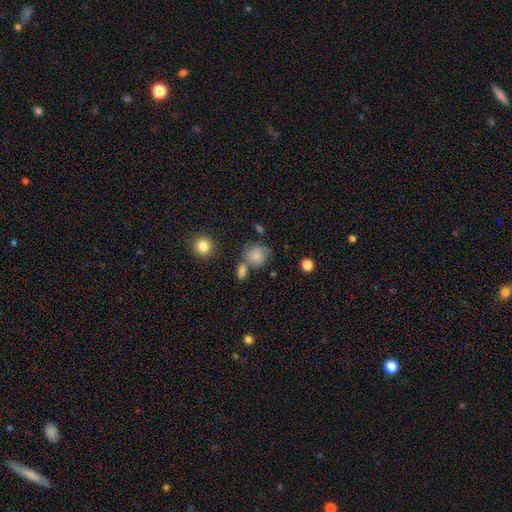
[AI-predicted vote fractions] Overall: smooth (76%). How rounded: round (76%). Merging: none (49%; merger 21%).